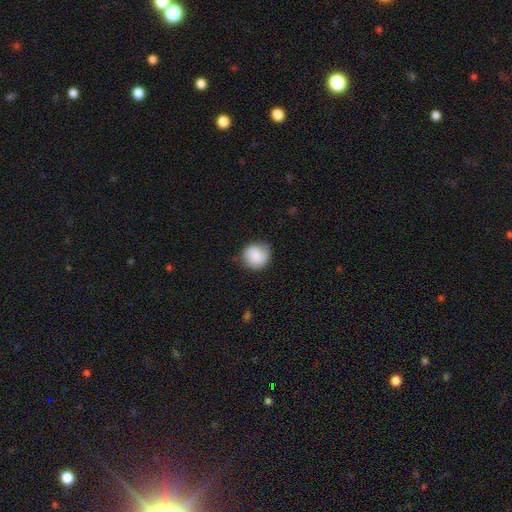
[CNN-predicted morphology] Overall: smooth (81%). How rounded: round (89%). Merging: none (72%).